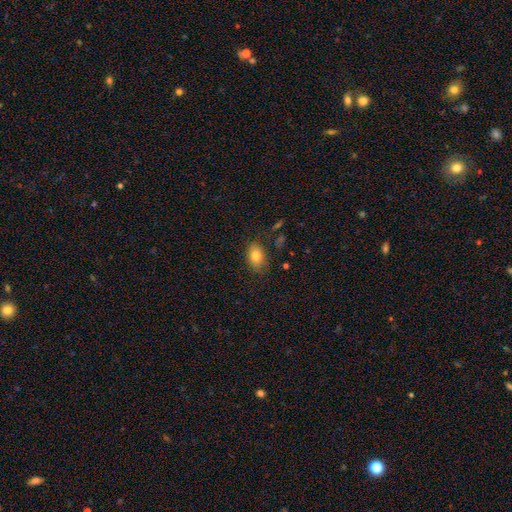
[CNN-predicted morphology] A smooth galaxy with no disk features (81%) that is in between round and cigar-shaped (85%).

Vote fractions:
- Smooth or featured? smooth: 81% / featured or disk: 10% / star or artifact: 9%
- How rounded? in between: 85% / round: 13% / cigar-shaped: 2%
- Merging? none: 79% / minor disturbance: 15% / major disturbance: 4% / merger: 2%